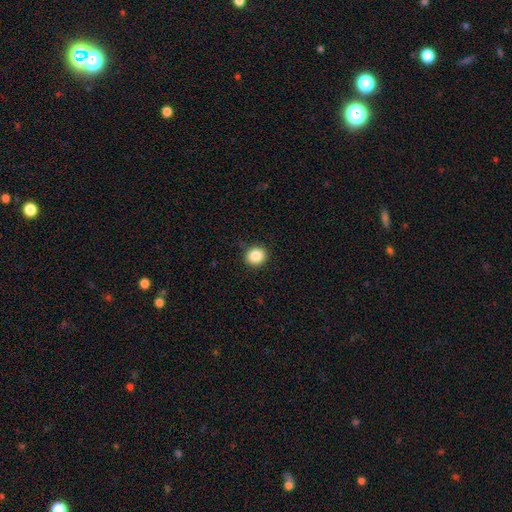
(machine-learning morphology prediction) type=smooth (87%); roundness=round (85%); merging=none (89%).